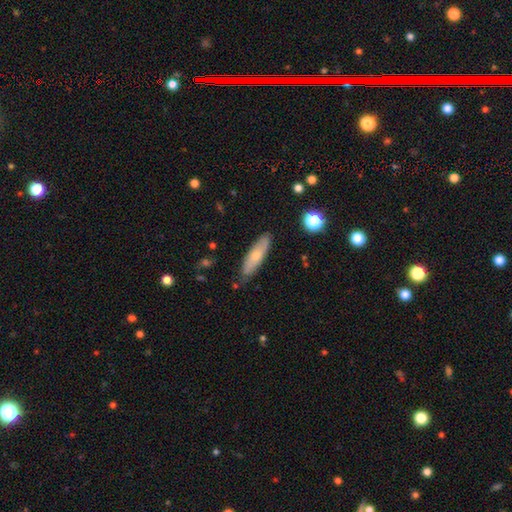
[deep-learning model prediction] Overall: smooth (55%; featured or disk 38%). How rounded: cigar-shaped (66%; in between 32%). Merging: none (83%).